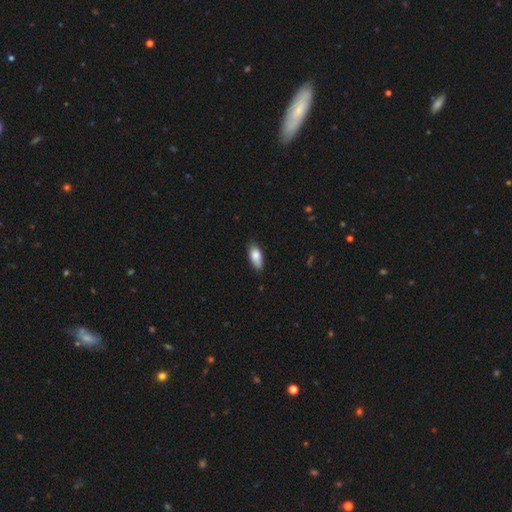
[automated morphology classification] This is clearly a smooth galaxy (84%). How rounded: clearly in between (84%). Merging: likely none (75%).